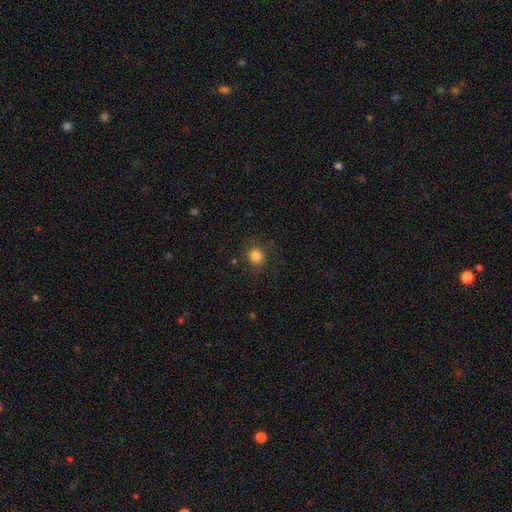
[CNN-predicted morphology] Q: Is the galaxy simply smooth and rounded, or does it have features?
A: smooth — 83%.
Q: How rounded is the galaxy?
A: round — 89%.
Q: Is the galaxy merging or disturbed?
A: none — 82%.